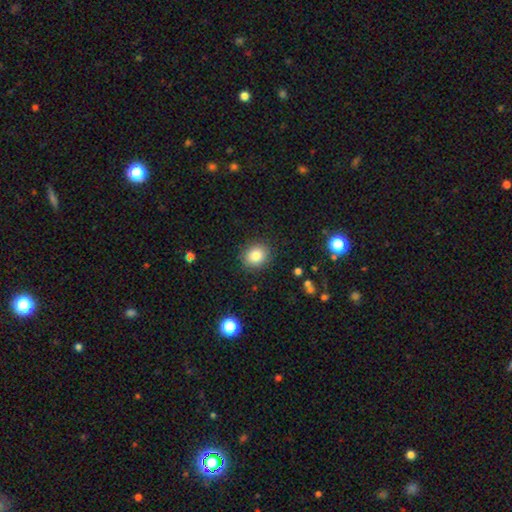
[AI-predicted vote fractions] Smooth or featured?
  - smooth: 82% *
  - star or artifact: 11%
  - featured or disk: 7%
How rounded?
  - round: 71% *
  - in between: 28%
  - cigar-shaped: 1%
Merging?
  - none: 88% *
  - minor disturbance: 8%
  - major disturbance: 3%
  - merger: 1%